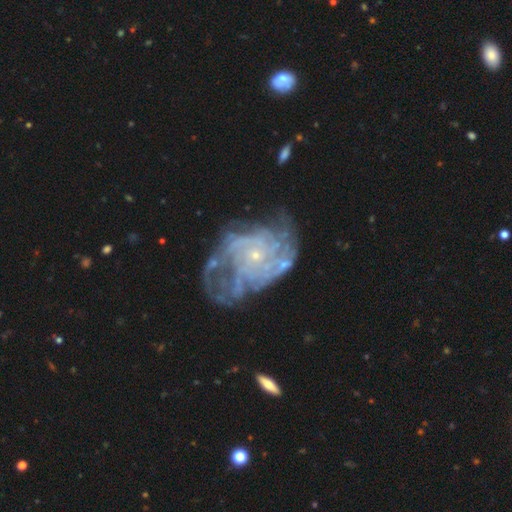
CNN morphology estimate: smooth_or_featured: featured or disk (p=0.86) [alt: star or artifact p=0.08]
disk_edge_on: no (p=0.98) [alt: yes p=0.02]
bar: no (p=0.80) [alt: weak p=0.16]
has_spiral_arms: yes (p=0.91) [alt: no p=0.09]
spiral_winding: tight (p=0.57) [alt: medium p=0.32]
spiral_arm_count: can't tell (p=0.35) [alt: 4 p=0.19]
bulge_size: small (p=0.86) [alt: moderate p=0.09]
merging: none (p=0.45) [alt: major disturbance p=0.27]